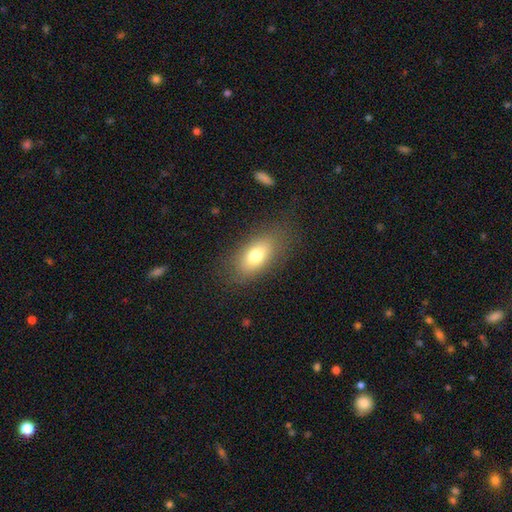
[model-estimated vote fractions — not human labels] Smooth or featured: smooth — 74% (featured or disk — 17%)
How rounded: in between — 87% (round — 7%)
Merging: none — 79% (minor disturbance — 13%)